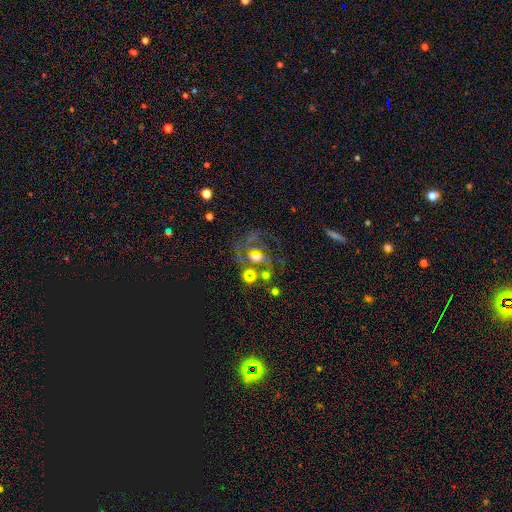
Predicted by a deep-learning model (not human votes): smooth-or-featured: featured or disk: 64% | smooth: 20% | star or artifact: 17%
  disk-edge-on: no: 96% | yes: 4%
    bar: no: 51% | weak: 35% | strong: 15%
    has-spiral-arms: yes: 68% | no: 32%
    bulge-size: moderate: 57% | small: 27% | large: 9% | none: 5% | dominant: 2%
  merging: none: 41% | major disturbance: 26% | merger: 17% | minor disturbance: 16%